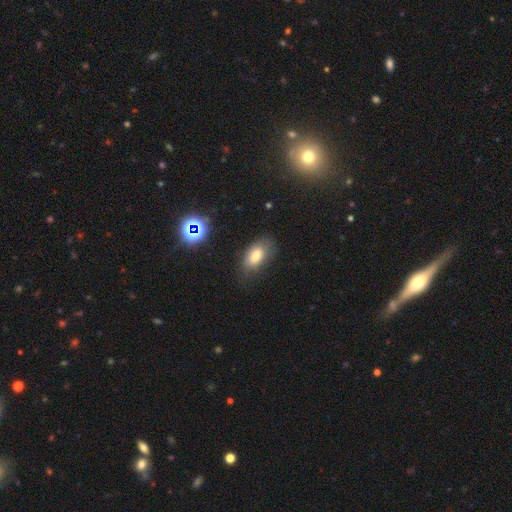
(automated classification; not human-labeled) Morphology: type=smooth (76%); roundness=in between (91%); merging=none (70%).